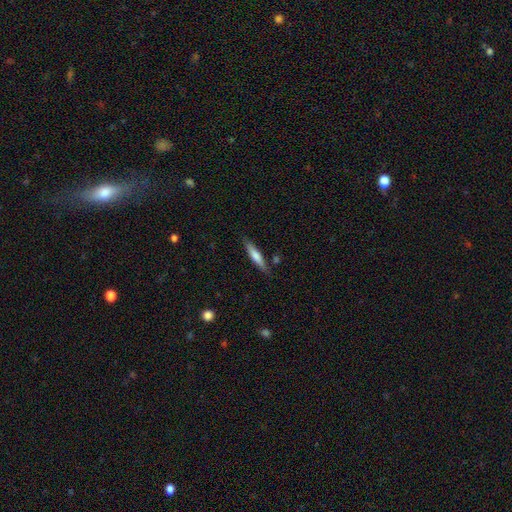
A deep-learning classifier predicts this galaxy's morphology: smooth-or-featured: smooth: 62% | featured or disk: 32% | star or artifact: 6%
  how-rounded: cigar-shaped: 86% | in between: 12% | round: 1%
  merging: none: 83% | minor disturbance: 12% | merger: 3% | major disturbance: 2%